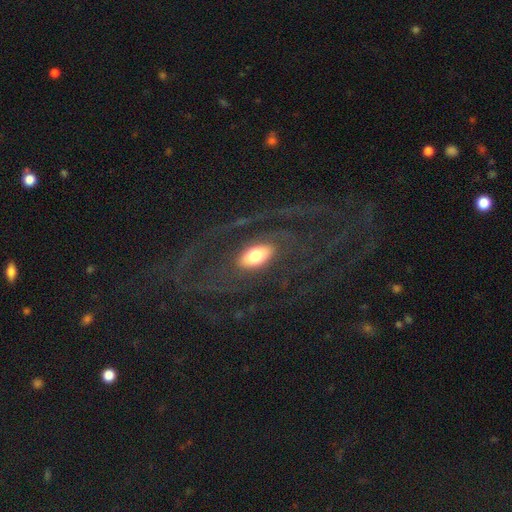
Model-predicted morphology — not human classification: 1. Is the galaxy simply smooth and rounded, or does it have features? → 59% featured or disk, 32% smooth, 8% star or artifact.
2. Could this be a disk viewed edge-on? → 84% no, 16% yes.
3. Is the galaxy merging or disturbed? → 67% none, 19% major disturbance, 12% minor disturbance, 2% merger.